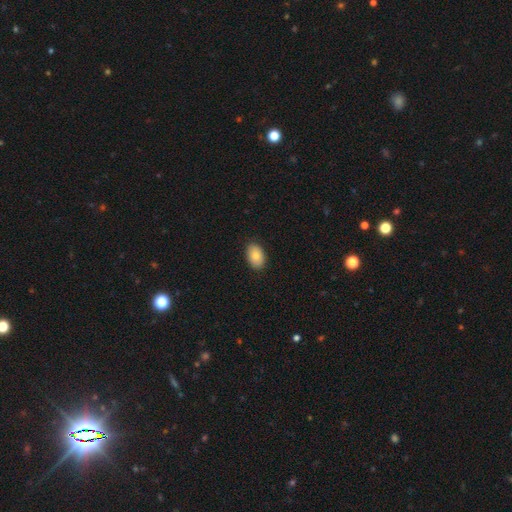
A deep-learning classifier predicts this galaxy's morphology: Smooth or featured?
  - smooth: 82% *
  - featured or disk: 11%
  - star or artifact: 7%
How rounded?
  - in between: 89% *
  - round: 10%
  - cigar-shaped: 1%
Merging?
  - none: 89% *
  - minor disturbance: 9%
  - major disturbance: 2%
  - merger: 1%